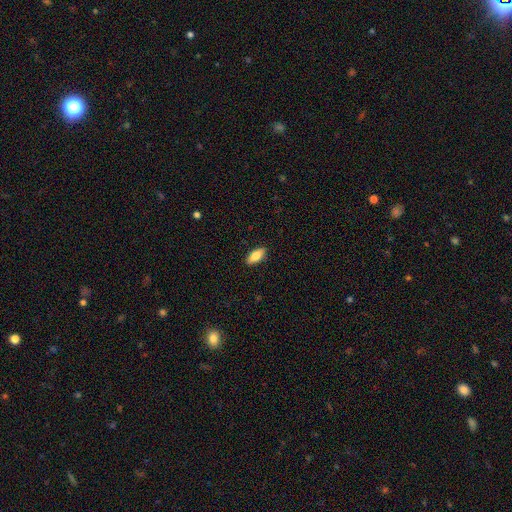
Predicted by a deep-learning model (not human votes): smooth 78%, featured or disk 15%, star or artifact 6%. Down the decision tree: how rounded — in between (80%); merging — none (89%).